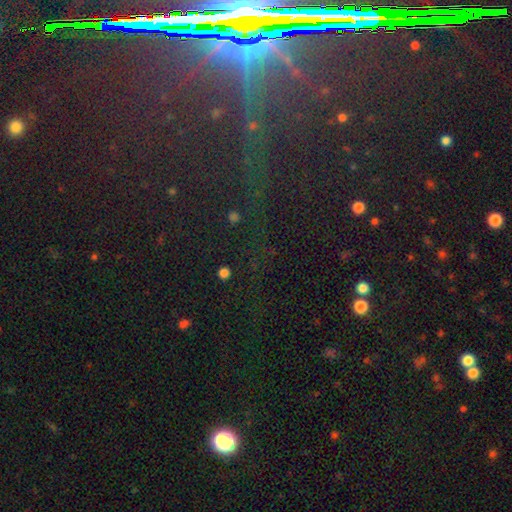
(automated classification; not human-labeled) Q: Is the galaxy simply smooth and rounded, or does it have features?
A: star or artifact — 79%.